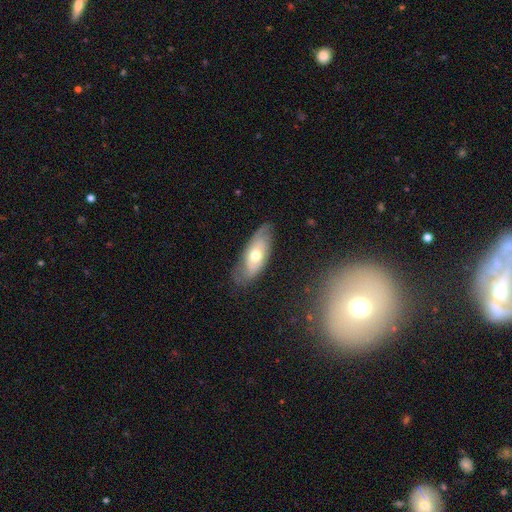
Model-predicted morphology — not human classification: smooth_or_featured: smooth (p=0.48) [alt: featured or disk p=0.46]
merging: none (p=0.69) [alt: minor disturbance p=0.23]